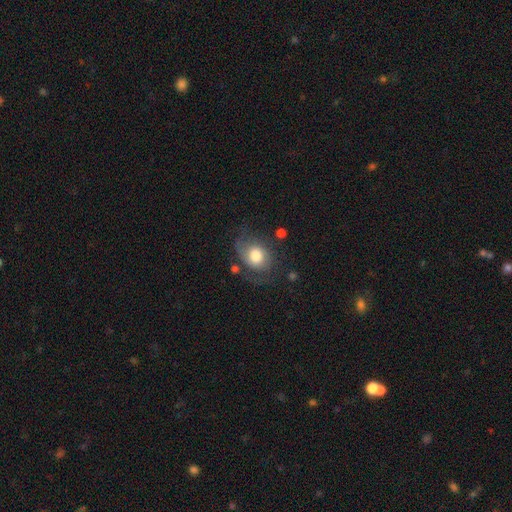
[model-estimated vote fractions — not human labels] Smooth or featured? smooth (50%)
How rounded? in between (55%)
Merging? none (52%)